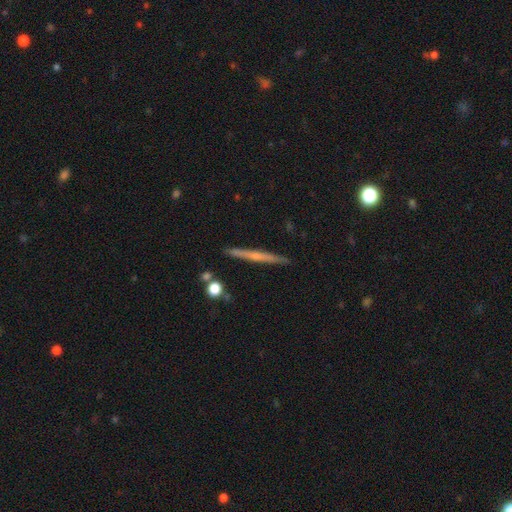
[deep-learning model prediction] Overall: featured or disk (59%; smooth 34%). Edge-on disk: yes (97%). Edge-on bulge: none (61%; rounded 33%). Merging: none (90%).